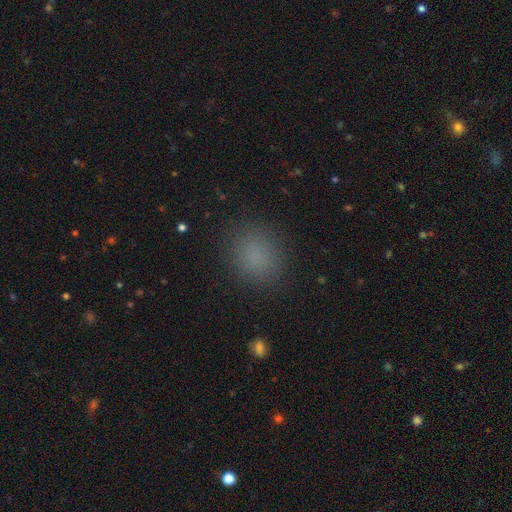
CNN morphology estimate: type=smooth (81%); roundness=round (70%); merging=none (87%).